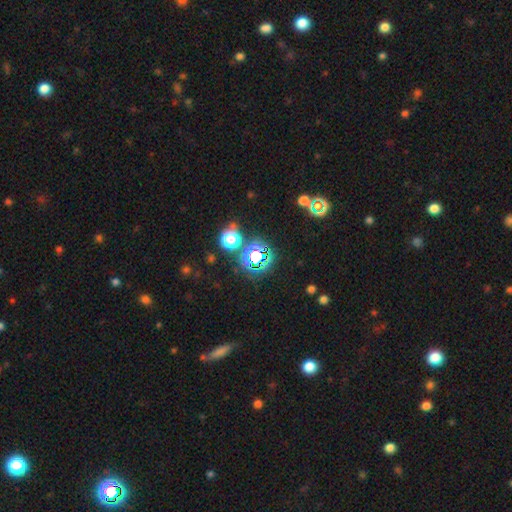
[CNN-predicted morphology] smooth-or-featured: star or artifact: 70% | smooth: 21% | featured or disk: 9%